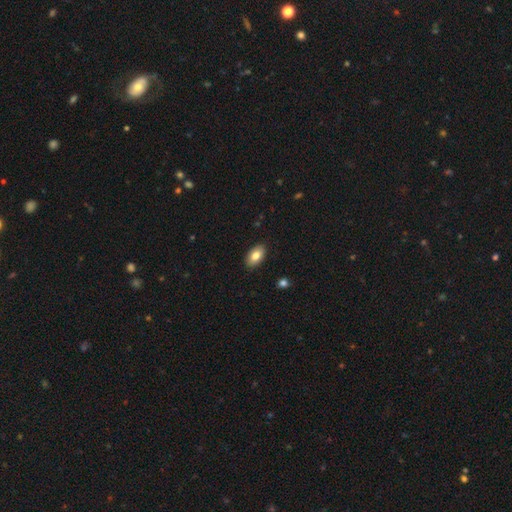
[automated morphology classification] smooth-or-featured: smooth: 81% | featured or disk: 12% | star or artifact: 7%
  how-rounded: in between: 94% | round: 5% | cigar-shaped: 2%
  merging: none: 89% | minor disturbance: 8% | major disturbance: 2% | merger: 1%